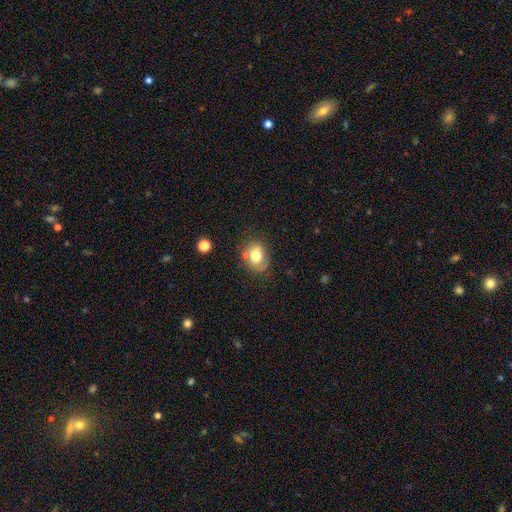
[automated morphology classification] This appears to be a smooth galaxy with no disk features (71%) that is in between round and cigar-shaped (52%). Merging: none (65%).